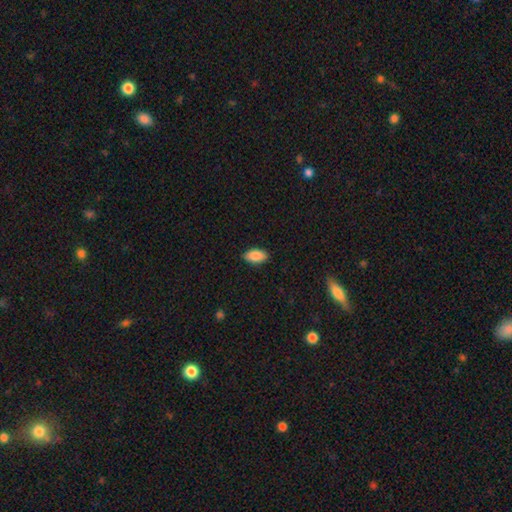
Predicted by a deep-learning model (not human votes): This appears to be a smooth galaxy with no disk features (89%) that is in between round and cigar-shaped (93%). Merging: none (88%).